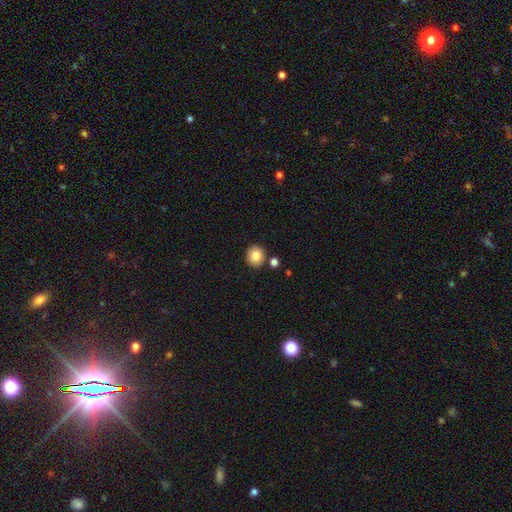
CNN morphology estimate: This is clearly a smooth galaxy (83%). How rounded: clearly round (87%). Merging: clearly none (84%).